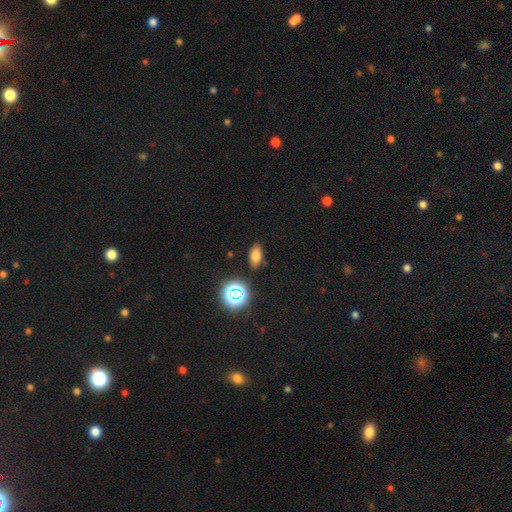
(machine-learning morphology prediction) smooth-or-featured: smooth: 72% | star or artifact: 18% | featured or disk: 10%
  how-rounded: in between: 83% | cigar-shaped: 8% | round: 8%
  merging: none: 86% | minor disturbance: 9% | major disturbance: 2% | merger: 2%